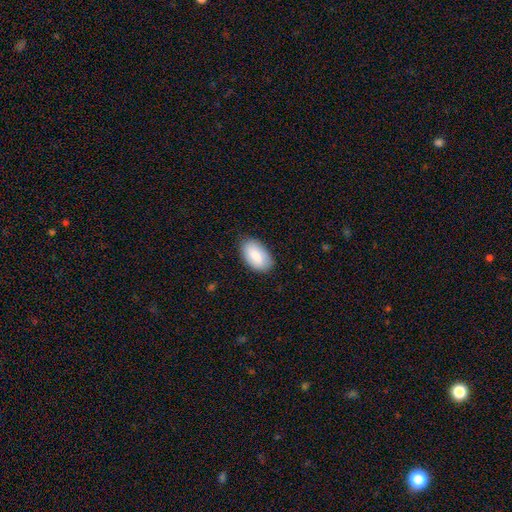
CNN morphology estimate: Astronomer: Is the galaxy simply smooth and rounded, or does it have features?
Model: smooth — 86%.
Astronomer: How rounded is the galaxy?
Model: in between — 95%.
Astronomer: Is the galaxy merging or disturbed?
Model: none — 84%.